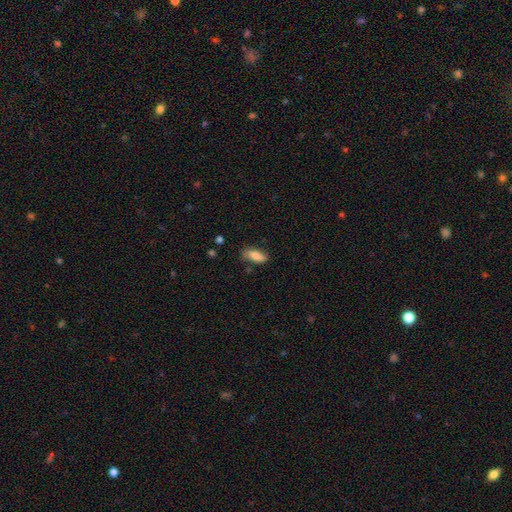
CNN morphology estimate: A smooth galaxy with no disk features (79%) that is in between round and cigar-shaped (81%). Merging: none (68%).